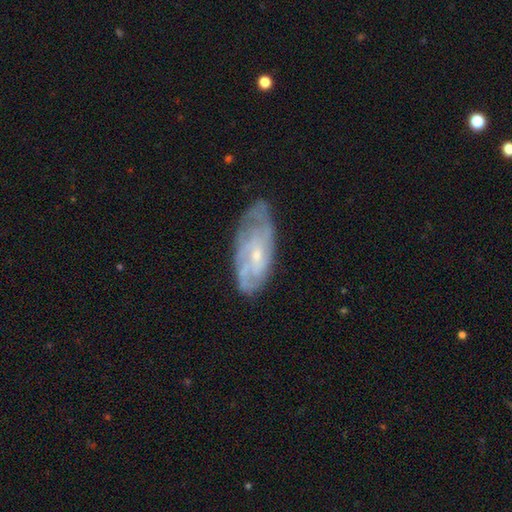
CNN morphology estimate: The model was most divided on "spiral winding": tight: 56%, medium: 33%, loose: 11%. More confident: edge-on disk — no (90%); spiral arms — yes (84%); smooth or featured — featured or disk (73%); bulge size — small (70%); merging — none (69%); bar — no (65%); spiral arm count — can't tell (51%).